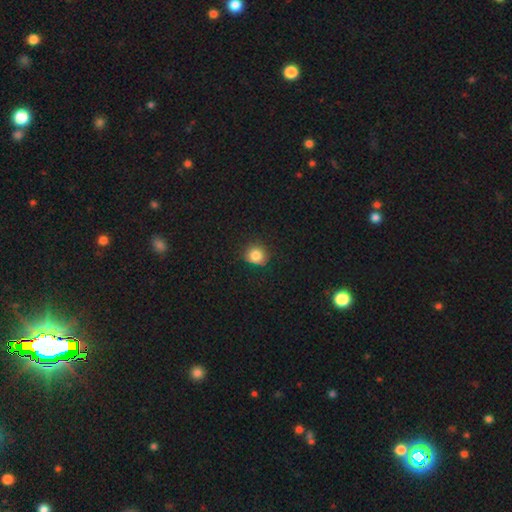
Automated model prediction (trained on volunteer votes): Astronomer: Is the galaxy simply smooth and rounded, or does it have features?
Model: smooth — 83%.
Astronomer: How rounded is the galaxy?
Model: round — 83%.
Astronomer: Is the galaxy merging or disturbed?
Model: none — 82%.